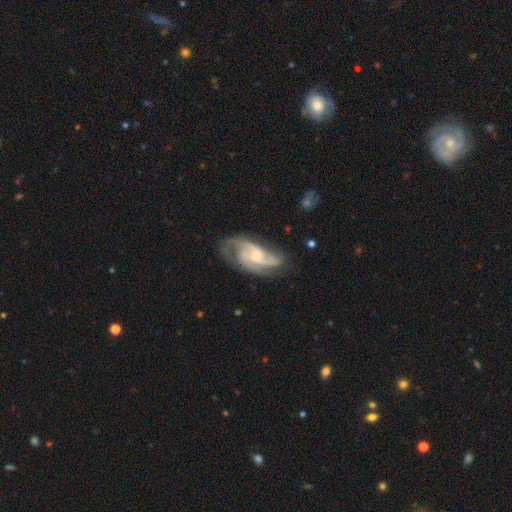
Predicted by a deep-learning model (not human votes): This is clearly a featured or disk galaxy (87%). It is clearly not viewed edge-on (97%). Bar: possibly no (55%). Spiral arm pattern: clearly yes (97%). Spiral arm count: possibly 3 (48%). Spiral winding: possibly medium (53%). Central bulge: likely small (61%). Merging: likely none (60%).